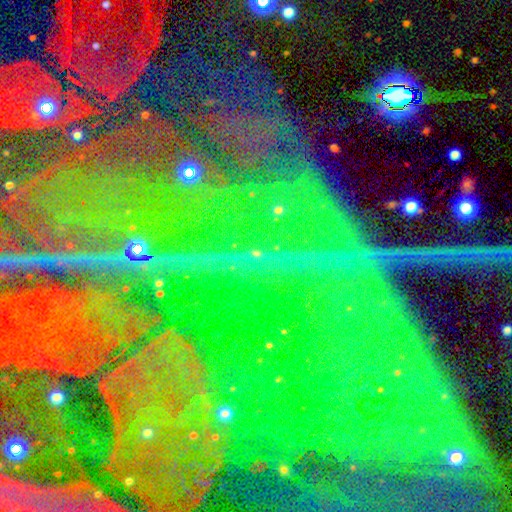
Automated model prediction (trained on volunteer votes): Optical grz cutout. It shows a star or artifact, not a galaxy (87%).